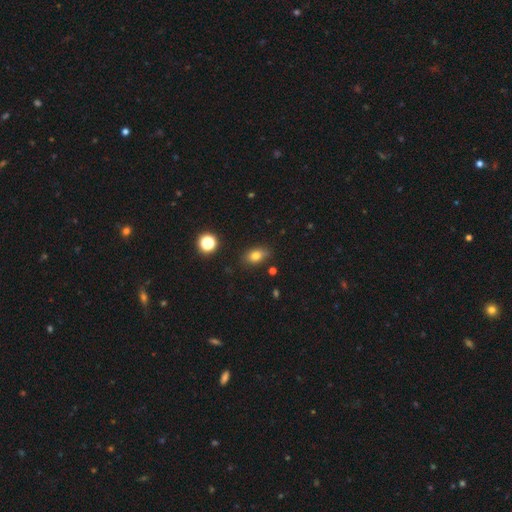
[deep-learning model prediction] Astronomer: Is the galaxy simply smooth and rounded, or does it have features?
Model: smooth — 77%.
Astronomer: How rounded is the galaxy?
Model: in between — 77%.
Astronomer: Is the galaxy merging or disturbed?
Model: none — 78%.